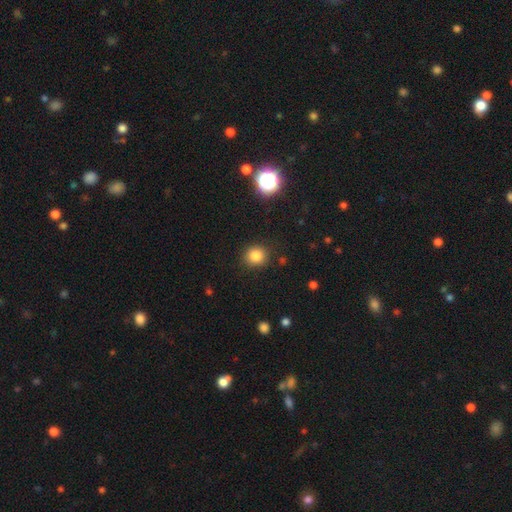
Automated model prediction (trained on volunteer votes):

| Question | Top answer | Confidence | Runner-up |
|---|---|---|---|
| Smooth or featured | smooth | 83% | star or artifact (13%) |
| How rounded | round | 86% | in between (13%) |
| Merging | none | 88% | minor disturbance (8%) |